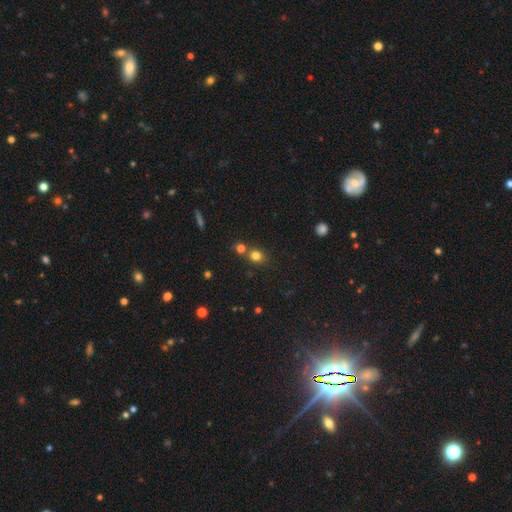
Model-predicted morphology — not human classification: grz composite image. It shows a smooth galaxy with no disk features (76%) that is round (75%). Merging: none (63%).